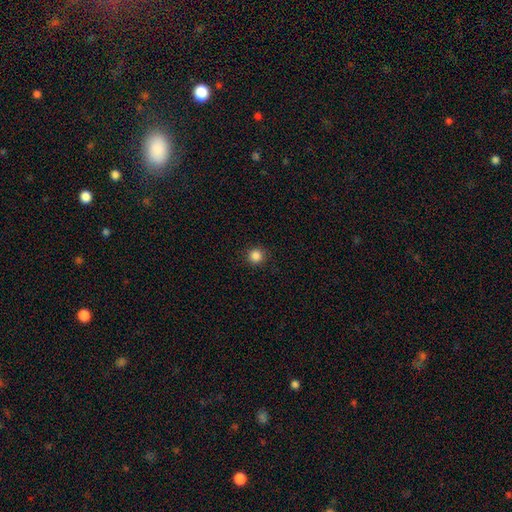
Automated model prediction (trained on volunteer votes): Smooth or featured? smooth (85%)
How rounded? round (94%)
Merging? none (92%)